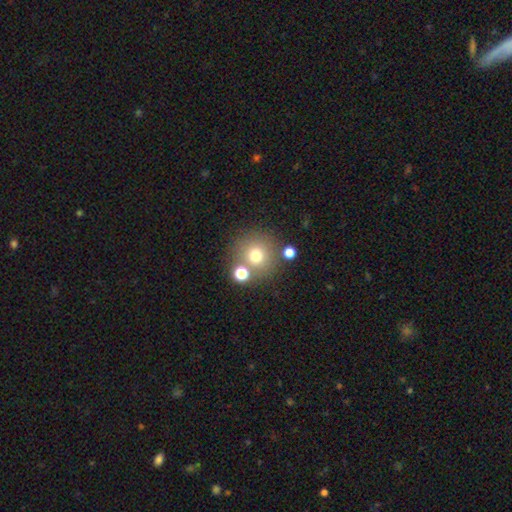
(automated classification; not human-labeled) Morphology: type=smooth (71%); roundness=round (93%); merging=none (73%).